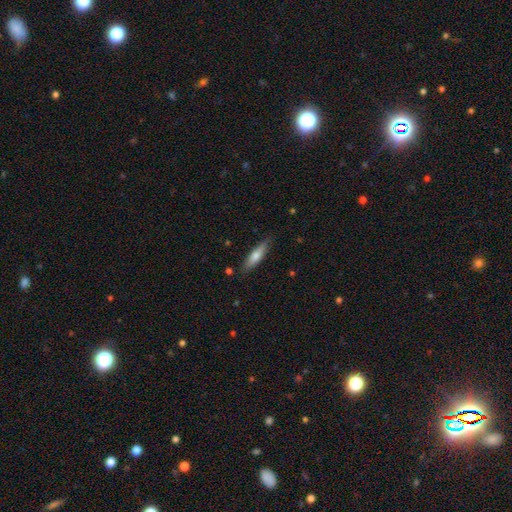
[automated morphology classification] smooth 68%, featured or disk 26%, star or artifact 6%. Down the decision tree: how rounded — cigar-shaped (73%); merging — none (85%).